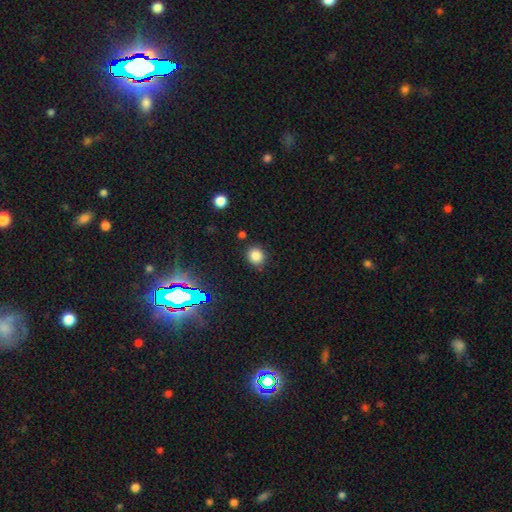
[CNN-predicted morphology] This is clearly a smooth galaxy (81%). How rounded: clearly round (83%). Merging: clearly none (86%).